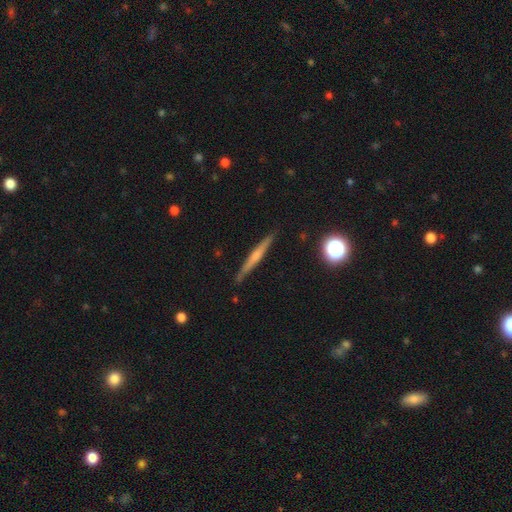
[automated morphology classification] Overall: featured or disk (52%; smooth 40%). Edge-on disk: yes (97%). Edge-on bulge: none (45%; rounded 42%). Merging: none (89%).